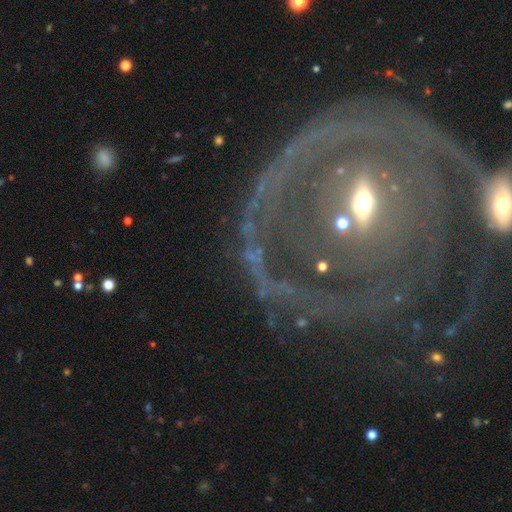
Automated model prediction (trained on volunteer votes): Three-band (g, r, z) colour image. It shows a featured or disk galaxy (66%) with no bar (36%), spiral arms (55%) and a moderate central bulge (57%). Merging: none (67%).